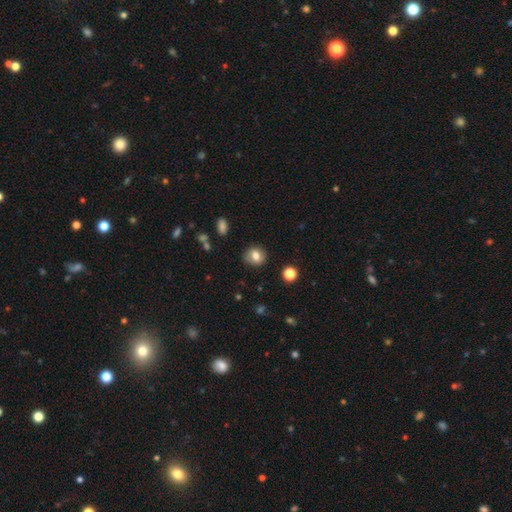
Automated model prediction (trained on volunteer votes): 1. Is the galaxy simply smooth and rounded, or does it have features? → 77% smooth, 13% featured or disk, 10% star or artifact.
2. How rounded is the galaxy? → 74% round, 25% in between, 1% cigar-shaped.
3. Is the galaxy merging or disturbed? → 83% none, 11% minor disturbance, 3% major disturbance, 2% merger.